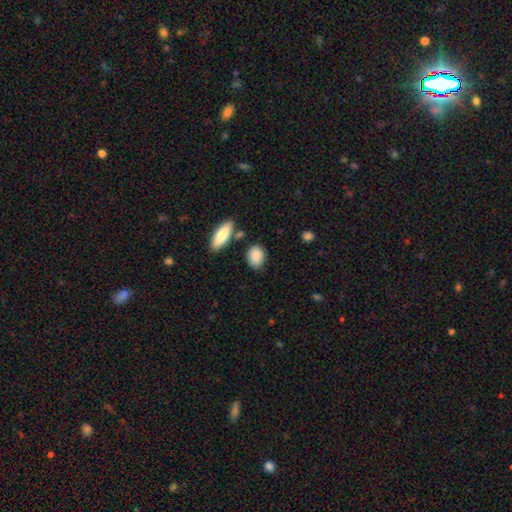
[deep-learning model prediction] A smooth galaxy with no disk features (88%) that is in between round and cigar-shaped (76%). Merging: none (76%).